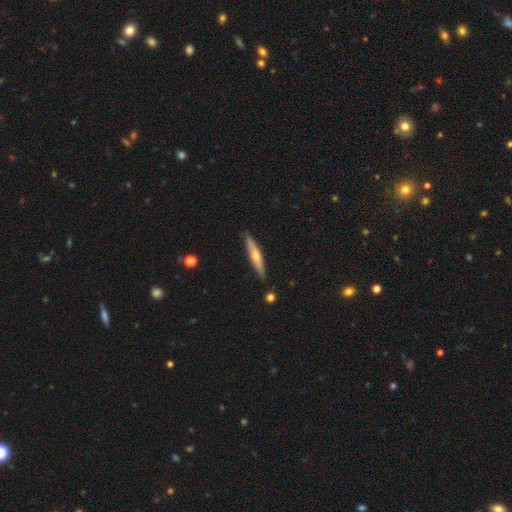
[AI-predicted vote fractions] The model was most divided on "smooth or featured": featured or disk: 50%, smooth: 45%, star or artifact: 6%. More confident: merging — none (87%).